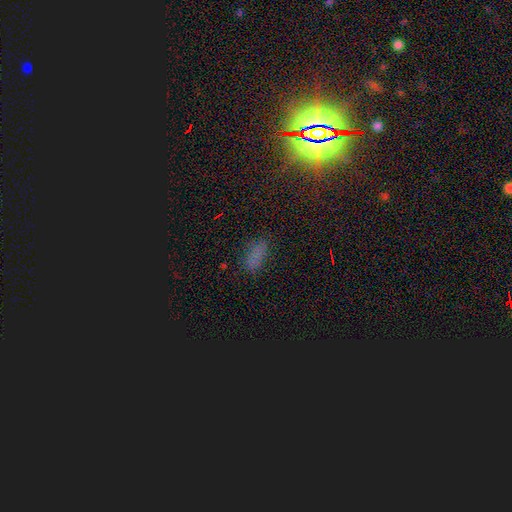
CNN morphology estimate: This appears to be a smooth galaxy with no disk features (69%) that is in between round and cigar-shaped (80%). Merging: none (73%).